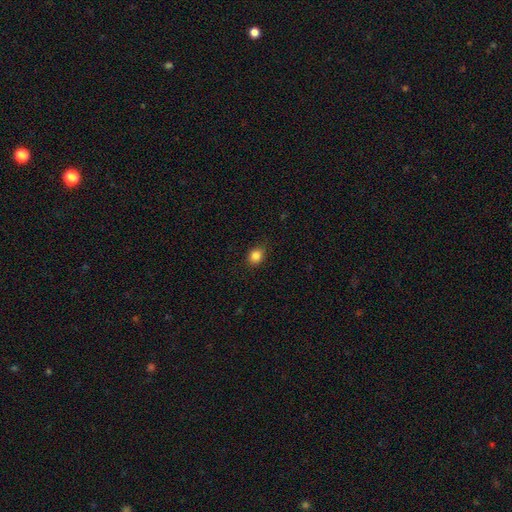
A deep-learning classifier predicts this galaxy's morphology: This appears to be a smooth galaxy with no disk features (85%) that is round (63%). Merging: none (85%).